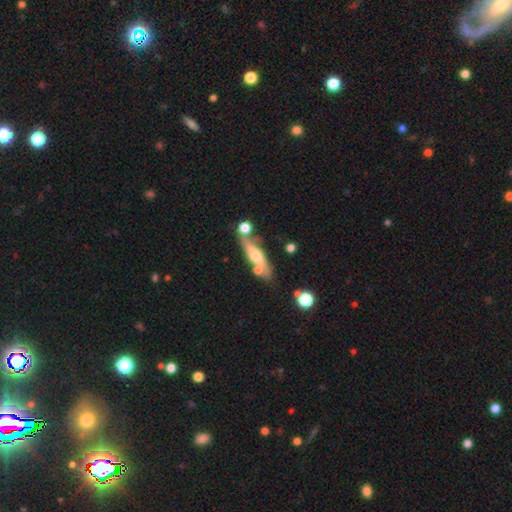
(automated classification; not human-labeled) smooth-or-featured: featured or disk: 57% | smooth: 36% | star or artifact: 7%
  disk-edge-on: yes: 73% | no: 27%
  merging: none: 61% | merger: 18% | minor disturbance: 16% | major disturbance: 5%